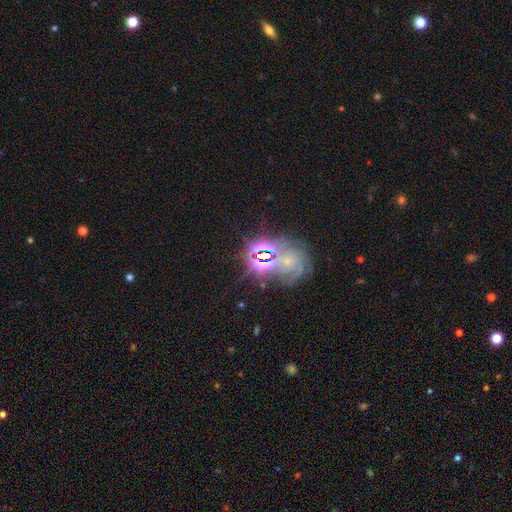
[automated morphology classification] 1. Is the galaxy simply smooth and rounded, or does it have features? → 42% star or artifact, 38% featured or disk, 20% smooth.